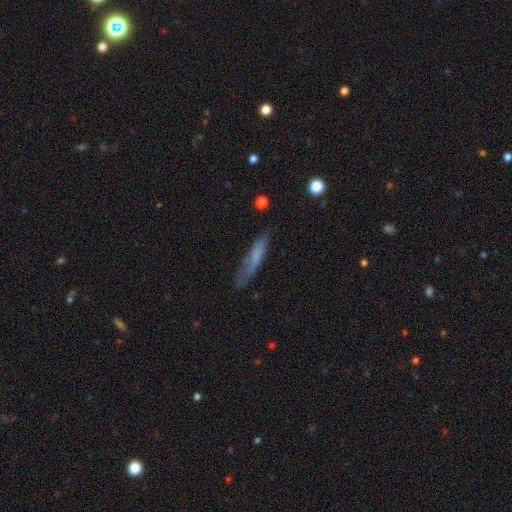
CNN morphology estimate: Smooth or featured: smooth — 66% (featured or disk — 26%)
How rounded: cigar-shaped — 84% (in between — 15%)
Merging: none — 63% (minor disturbance — 25%)